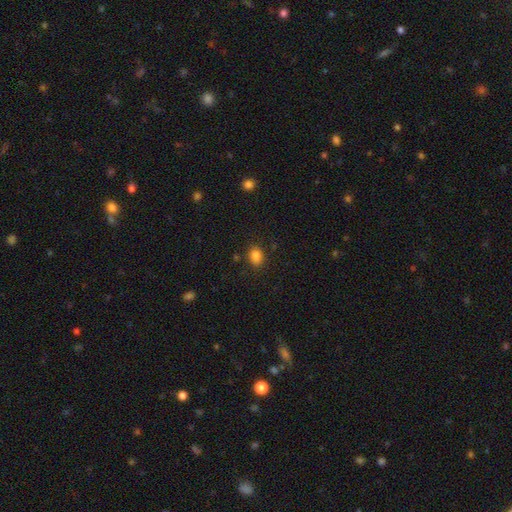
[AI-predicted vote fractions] smooth 84%, star or artifact 11%, featured or disk 5%. Down the decision tree: how rounded — in between (67%); merging — none (83%).